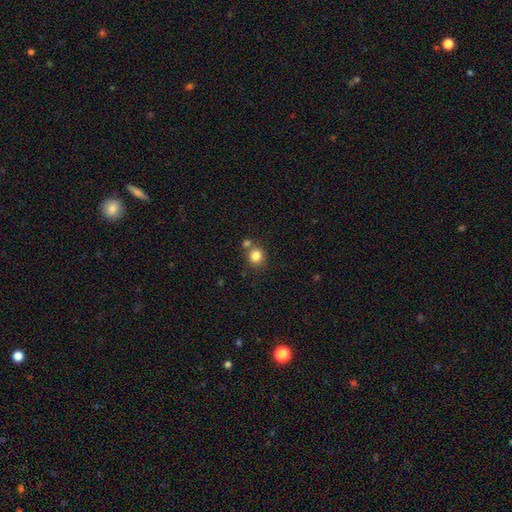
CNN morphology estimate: Smooth or featured? Predicted: smooth (p=0.83). How rounded? Predicted: round (p=0.85). Merging? Predicted: none (p=0.64).